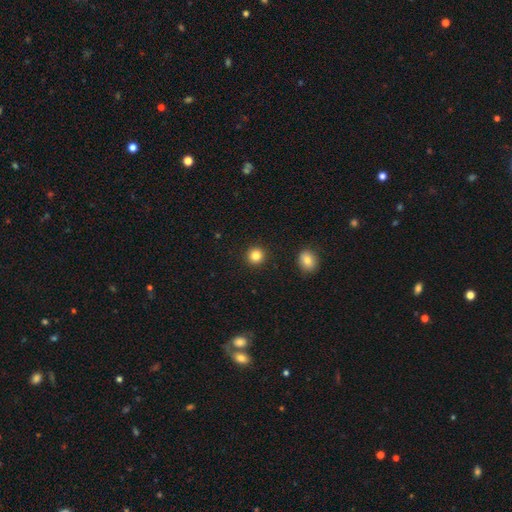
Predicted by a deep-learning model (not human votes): smooth 84%, star or artifact 11%, featured or disk 5%. Down the decision tree: how rounded — round (94%); merging — none (93%).